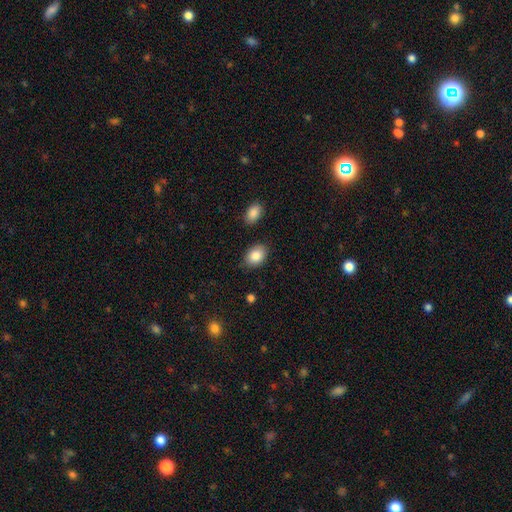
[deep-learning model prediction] Smooth or featured? Predicted: smooth (p=0.86). How rounded? Predicted: in between (p=0.81). Merging? Predicted: none (p=0.83).